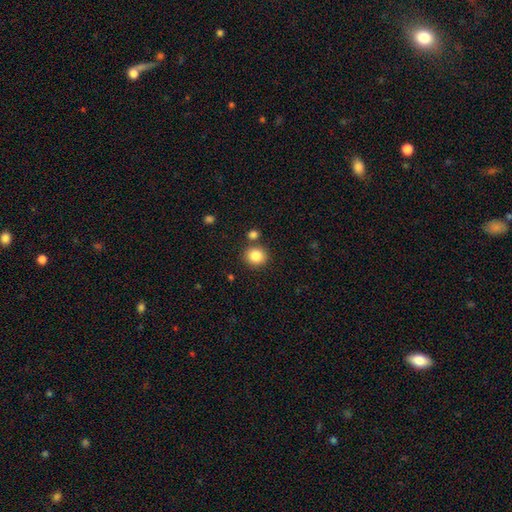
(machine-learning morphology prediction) Overall: smooth (85%). How rounded: round (83%). Merging: none (80%).